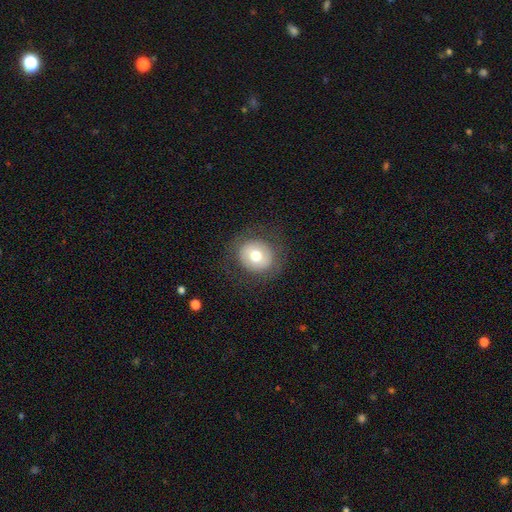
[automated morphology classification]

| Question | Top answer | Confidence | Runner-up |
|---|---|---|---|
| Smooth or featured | smooth | 68% | featured or disk (23%) |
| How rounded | round | 86% | in between (13%) |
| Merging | none | 84% | minor disturbance (10%) |